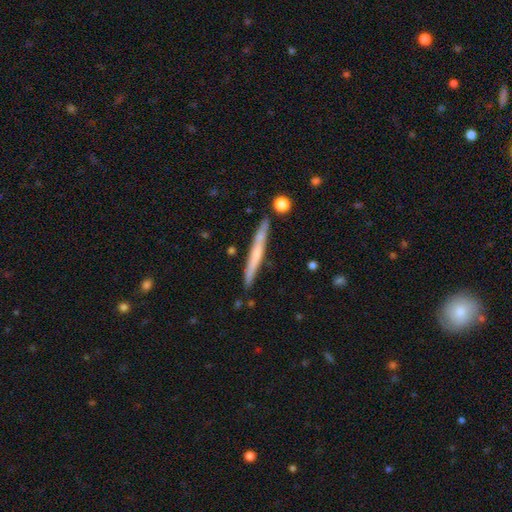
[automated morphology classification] Overall: smooth (48%; featured or disk 46%). Merging: none (85%).